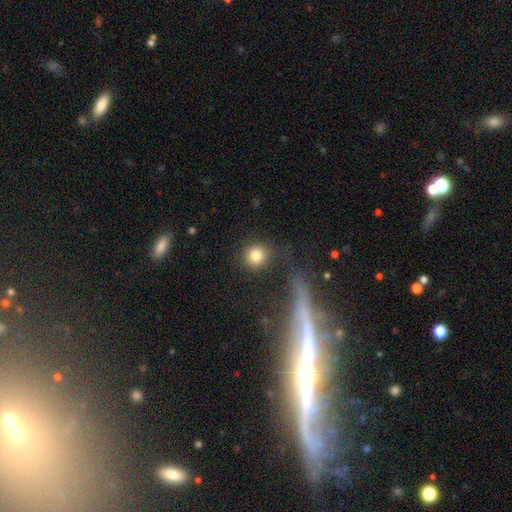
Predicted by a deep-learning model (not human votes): smooth_or_featured: smooth (p=0.82) [alt: star or artifact p=0.10]
how_rounded: round (p=0.91) [alt: in between p=0.07]
merging: none (p=0.79) [alt: minor disturbance p=0.09]